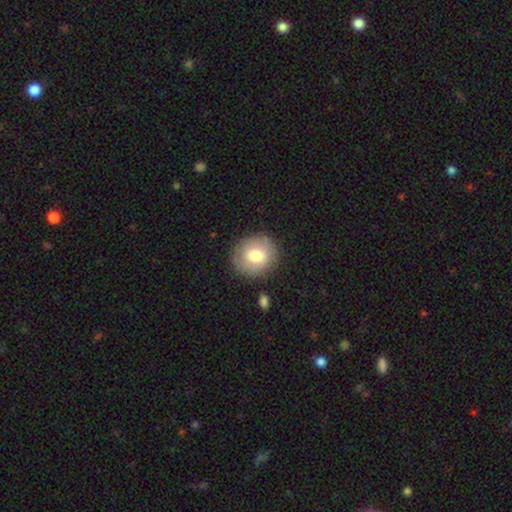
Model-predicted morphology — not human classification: Smooth or featured?
  - smooth: 72% *
  - featured or disk: 21%
  - star or artifact: 7%
How rounded?
  - round: 78% *
  - in between: 21%
  - cigar-shaped: 1%
Merging?
  - none: 83% *
  - minor disturbance: 11%
  - major disturbance: 4%
  - merger: 2%